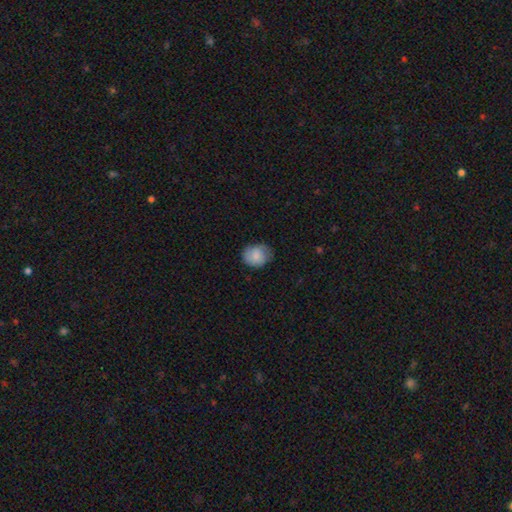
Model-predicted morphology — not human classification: Smooth or featured? Predicted: smooth (p=0.76). How rounded? Predicted: round (p=0.59). Merging? Predicted: none (p=0.69).